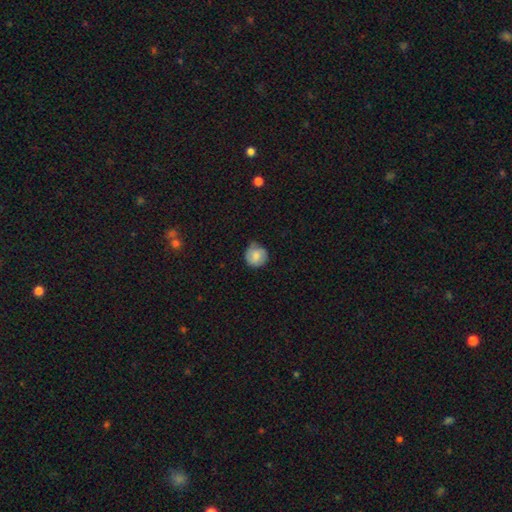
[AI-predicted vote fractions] This appears to be a smooth galaxy with no disk features (76%) that is round (90%). Merging: none (69%).